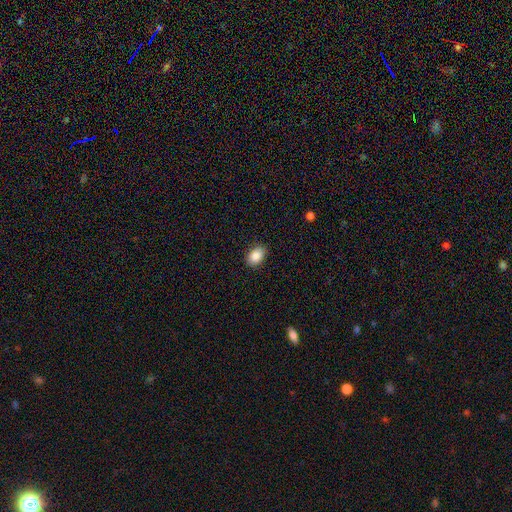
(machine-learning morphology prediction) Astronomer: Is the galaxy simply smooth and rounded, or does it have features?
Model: smooth — 88%.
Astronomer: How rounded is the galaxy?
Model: in between — 84%.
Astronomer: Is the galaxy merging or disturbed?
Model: none — 87%.